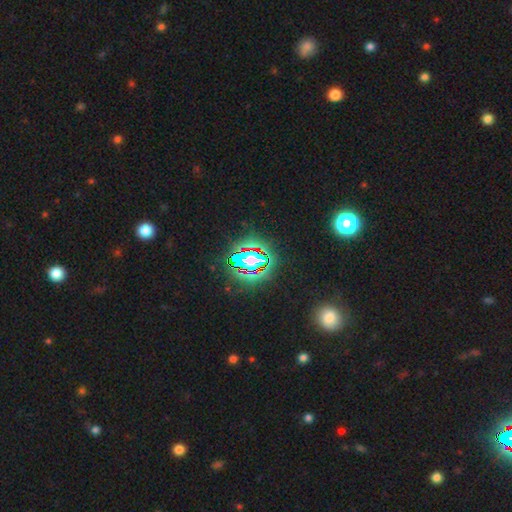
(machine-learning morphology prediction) smooth-or-featured: star or artifact: 82% | smooth: 11% | featured or disk: 7%